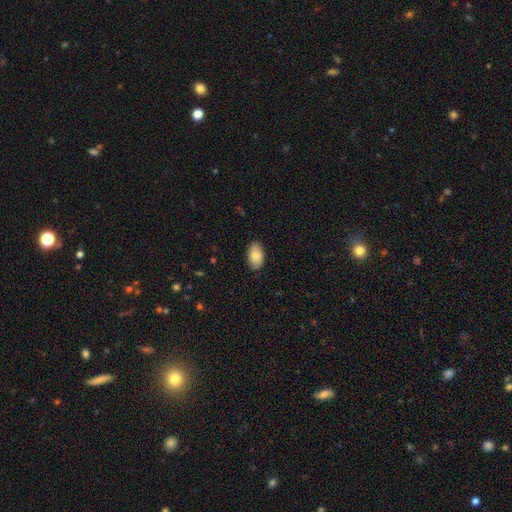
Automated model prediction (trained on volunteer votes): smooth-or-featured: smooth: 85% | featured or disk: 9% | star or artifact: 6%
  how-rounded: in between: 95% | round: 4% | cigar-shaped: 2%
  merging: none: 88% | minor disturbance: 9% | major disturbance: 2% | merger: 1%